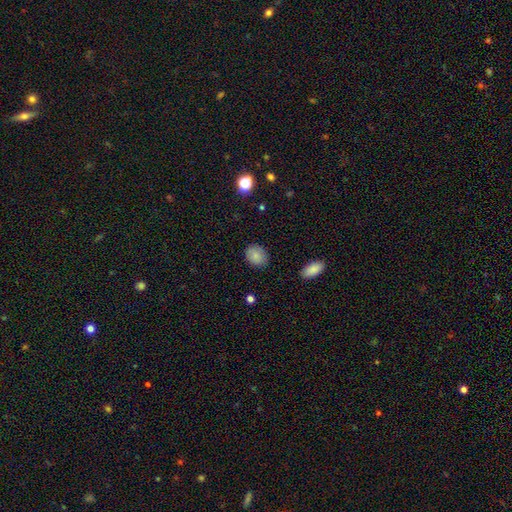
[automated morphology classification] A smooth galaxy with no disk features (85%) that is in between round and cigar-shaped (53%).

Vote fractions:
- Smooth or featured? smooth: 85% / star or artifact: 8% / featured or disk: 7%
- How rounded? in between: 53% / round: 45% / cigar-shaped: 1%
- Merging? none: 85% / minor disturbance: 11% / major disturbance: 3% / merger: 1%